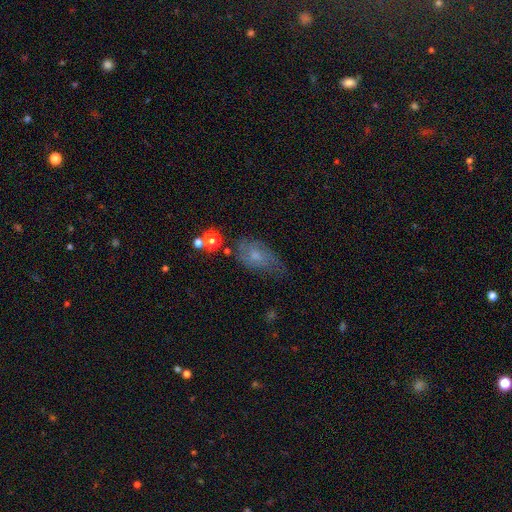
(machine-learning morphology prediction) smooth_or_featured: smooth (p=0.53) [alt: featured or disk p=0.35]
how_rounded: in between (p=0.84) [alt: round p=0.13]
merging: none (p=0.45) [alt: minor disturbance p=0.34]